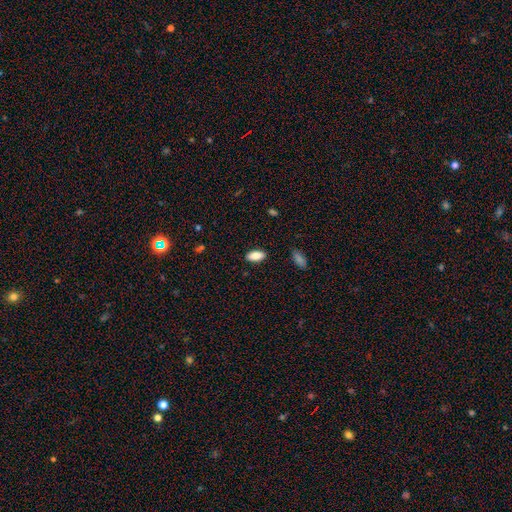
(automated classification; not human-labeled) This appears to be a smooth galaxy with no disk features (86%) that is in between round and cigar-shaped (88%). Merging: none (88%).